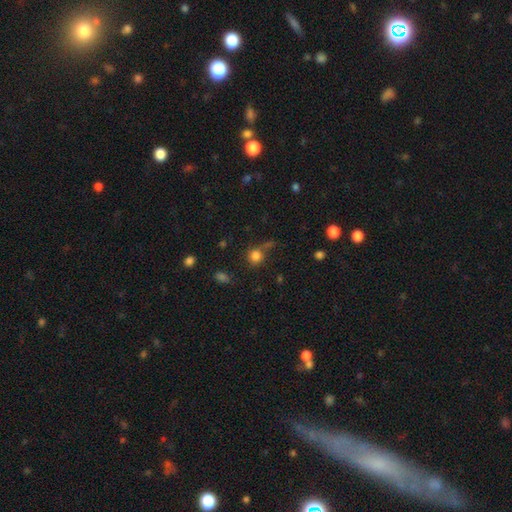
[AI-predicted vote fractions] Smooth or featured? smooth (81%)
How rounded? round (87%)
Merging? none (67%)